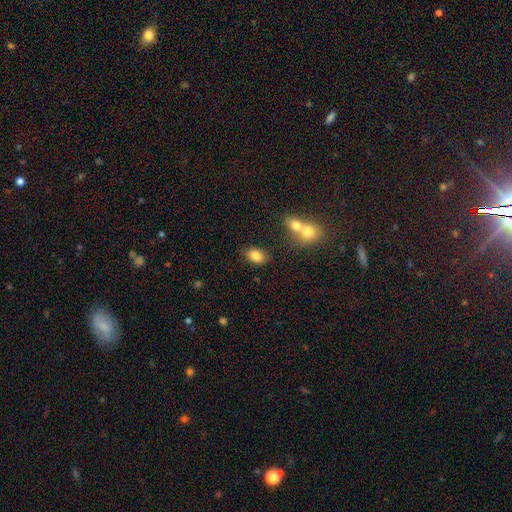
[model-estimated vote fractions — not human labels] A smooth galaxy with no disk features (83%) that is in between round and cigar-shaped (82%). Merging: none (76%).